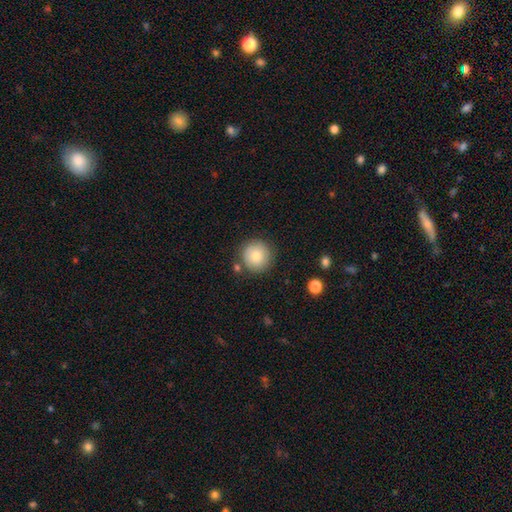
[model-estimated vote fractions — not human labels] Smooth or featured? Predicted: smooth (p=0.82). How rounded? Predicted: round (p=0.95). Merging? Predicted: none (p=0.83).